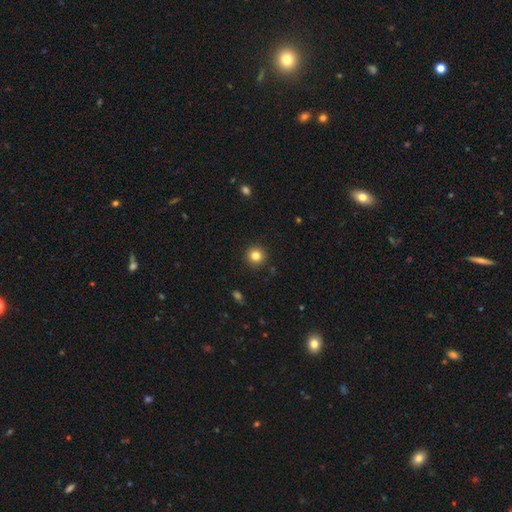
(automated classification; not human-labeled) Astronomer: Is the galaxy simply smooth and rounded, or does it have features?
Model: smooth — 83%.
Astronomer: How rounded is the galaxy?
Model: round — 95%.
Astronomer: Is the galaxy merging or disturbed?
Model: none — 92%.